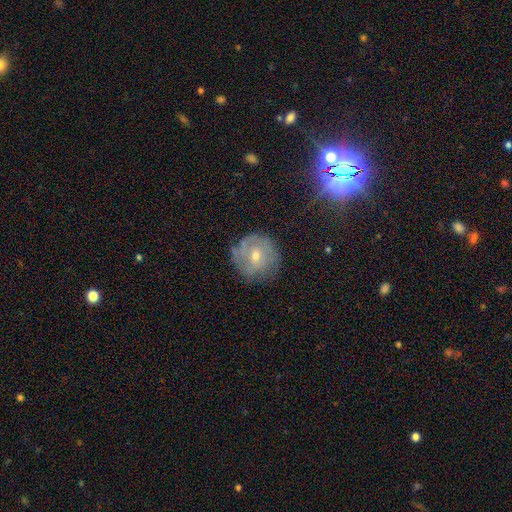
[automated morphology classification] A featured or disk galaxy (58%) with no bar (64%), spiral arms (75%) and a small central bulge (52%).

Vote fractions:
- Smooth or featured? featured or disk: 58% / smooth: 29% / star or artifact: 13%
- Edge-on disk? no: 96% / yes: 4%
- Bar? no: 64% / weak: 30% / strong: 6%
- Spiral arms? yes: 75% / no: 25%
- Bulge size? small: 52% / moderate: 45% / large: 1% / none: 1% / dominant: 1%
- Merging? none: 76% / minor disturbance: 17% / major disturbance: 6% / merger: 2%